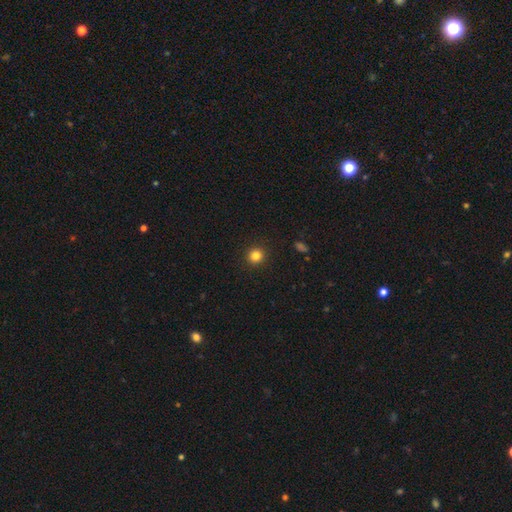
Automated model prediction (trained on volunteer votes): Smooth or featured: smooth — 83% (star or artifact — 12%)
How rounded: round — 92% (in between — 7%)
Merging: none — 92% (minor disturbance — 5%)